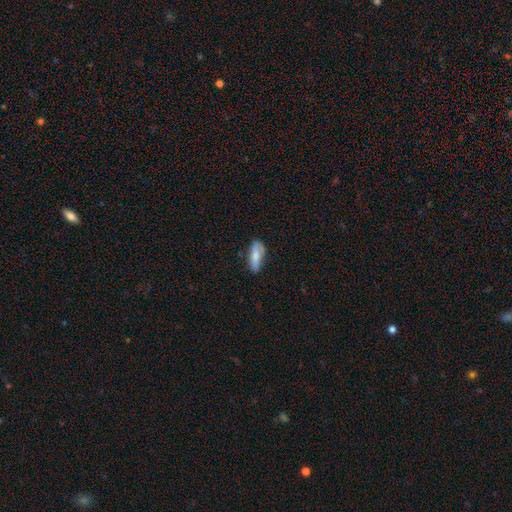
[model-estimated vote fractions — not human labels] Smooth or featured: smooth — 76% (featured or disk — 17%)
How rounded: in between — 68% (cigar-shaped — 30%)
Merging: none — 60% (minor disturbance — 29%)